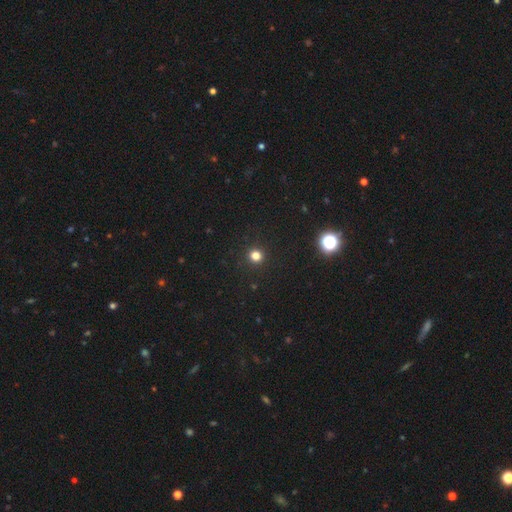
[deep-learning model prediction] smooth_or_featured: smooth (p=0.79) [alt: star or artifact p=0.17]
how_rounded: round (p=0.93) [alt: in between p=0.06]
merging: none (p=0.92) [alt: minor disturbance p=0.05]